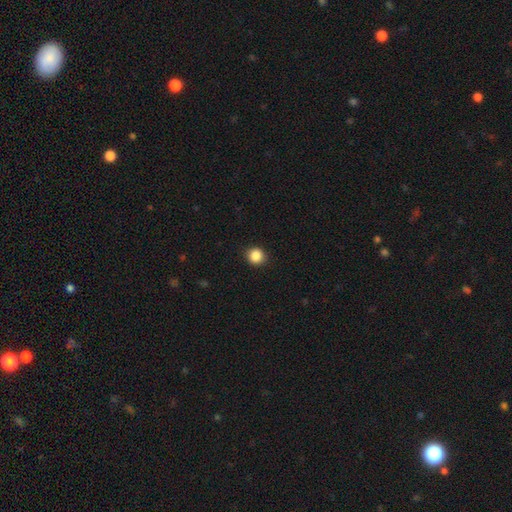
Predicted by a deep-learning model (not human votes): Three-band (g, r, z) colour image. It shows a smooth galaxy with no disk features (87%) that is round (91%). Merging: none (91%).